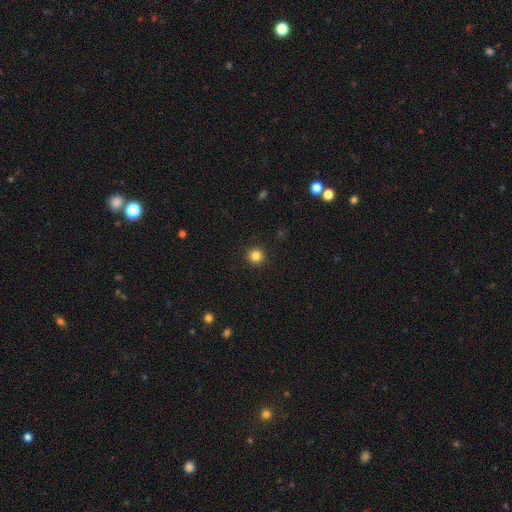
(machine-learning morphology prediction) Smooth or featured: smooth — 83% (star or artifact — 12%)
How rounded: round — 96% (in between — 3%)
Merging: none — 93% (minor disturbance — 4%)